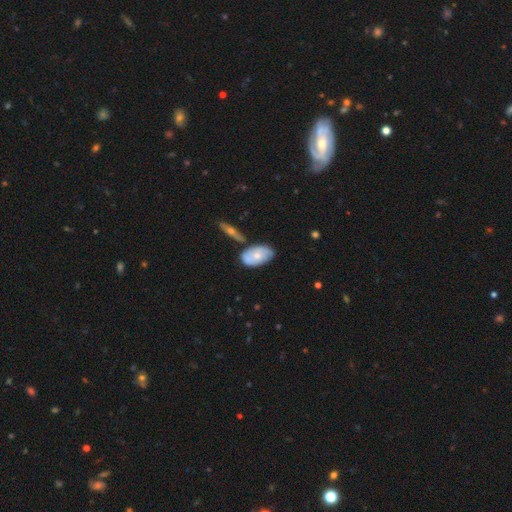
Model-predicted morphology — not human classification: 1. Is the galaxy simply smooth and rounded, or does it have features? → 53% smooth, 41% featured or disk, 6% star or artifact.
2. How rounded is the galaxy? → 91% in between, 6% round, 3% cigar-shaped.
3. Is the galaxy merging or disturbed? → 59% none, 23% minor disturbance, 13% merger, 5% major disturbance.